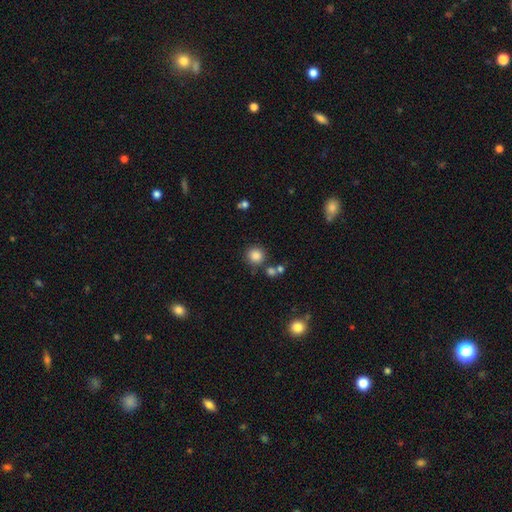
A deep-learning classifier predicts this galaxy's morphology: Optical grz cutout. It shows a smooth galaxy with no disk features (84%) that is round (92%). Merging: none (79%).